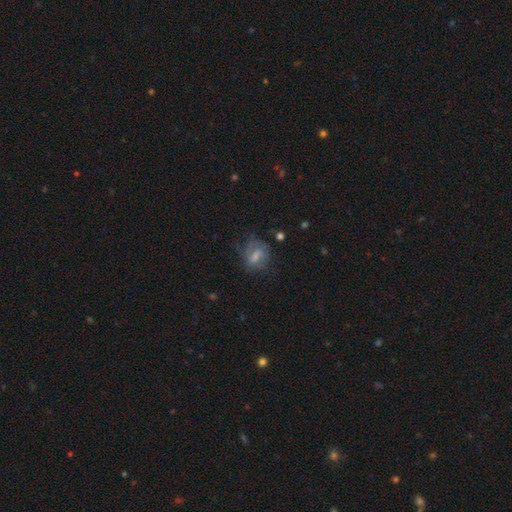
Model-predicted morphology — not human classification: This appears to be a featured or disk galaxy (50%). Merging: none (51%).